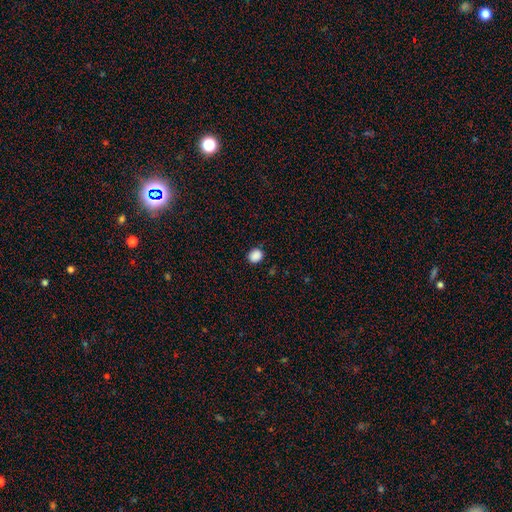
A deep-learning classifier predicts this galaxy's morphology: smooth-or-featured: smooth: 87% | star or artifact: 10% | featured or disk: 2%
  how-rounded: round: 71% | in between: 28% | cigar-shaped: 1%
  merging: none: 88% | minor disturbance: 8% | major disturbance: 2% | merger: 1%